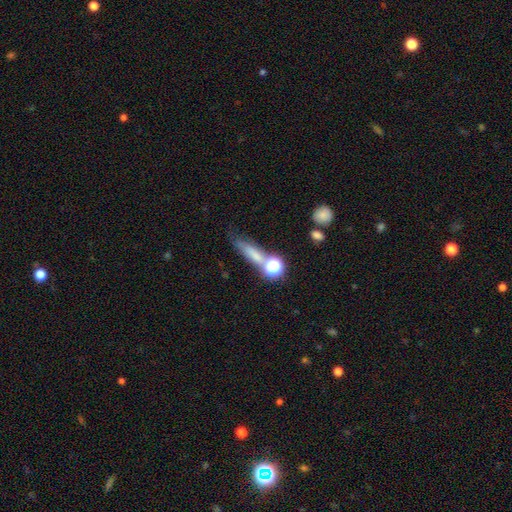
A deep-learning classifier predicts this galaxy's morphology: Overall: smooth (62%). How rounded: cigar-shaped (55%; in between 26%). Merging: none (53%; merger 20%).